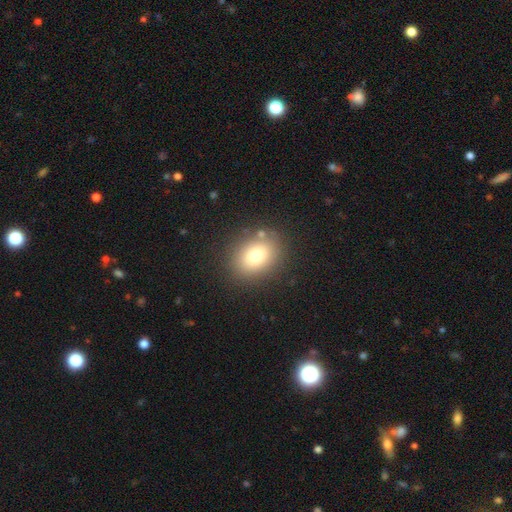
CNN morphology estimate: type=smooth (77%); roundness=in between (58%); merging=none (84%).